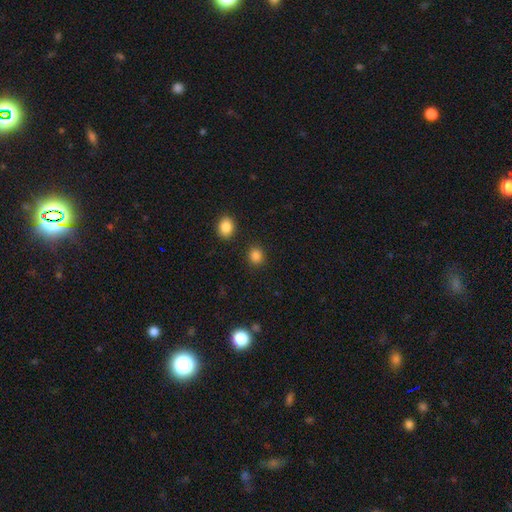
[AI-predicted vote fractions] The model was most divided on "how rounded": round: 79%, in between: 20%, cigar-shaped: 1%. More confident: merging — none (89%); smooth or featured — smooth (85%).